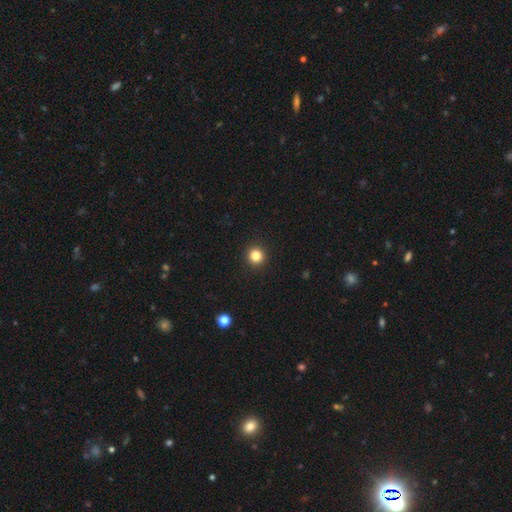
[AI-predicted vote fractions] Smooth or featured? smooth (84%)
How rounded? round (95%)
Merging? none (94%)